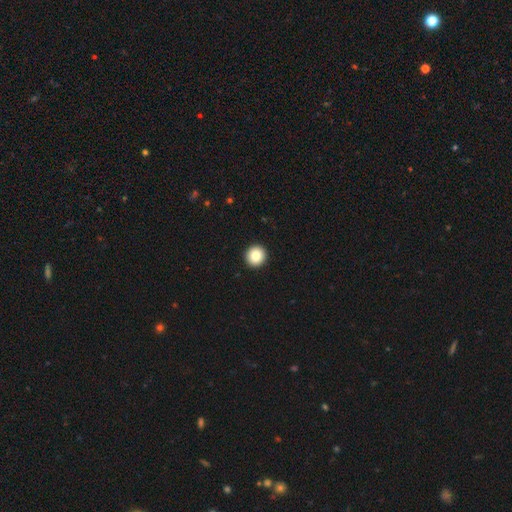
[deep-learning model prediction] Q: Smooth or featured?
A: smooth (84%); runner-up: star or artifact (9%)
Q: How rounded?
A: round (95%); runner-up: in between (4%)
Q: Merging?
A: none (94%); runner-up: minor disturbance (4%)